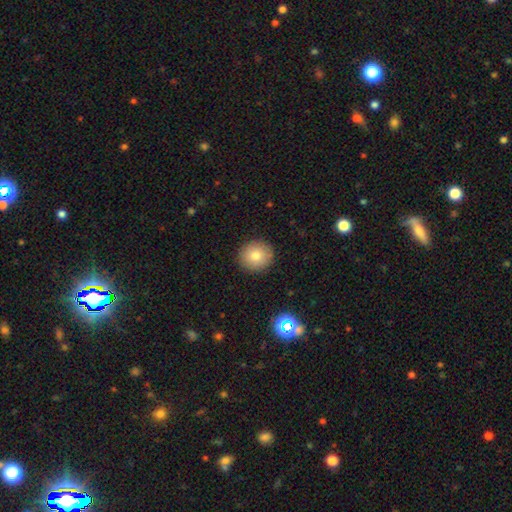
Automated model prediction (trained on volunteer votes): Q: Smooth or featured?
A: smooth (79%); runner-up: featured or disk (11%)
Q: How rounded?
A: round (90%); runner-up: in between (9%)
Q: Merging?
A: none (91%); runner-up: minor disturbance (6%)